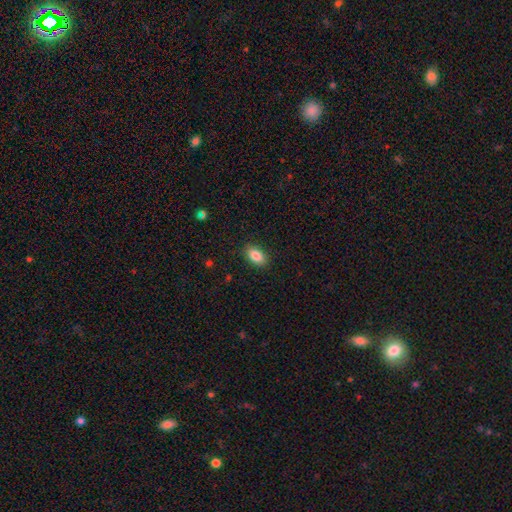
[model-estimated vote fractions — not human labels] Smooth or featured? smooth (86%)
How rounded? in between (91%)
Merging? none (89%)